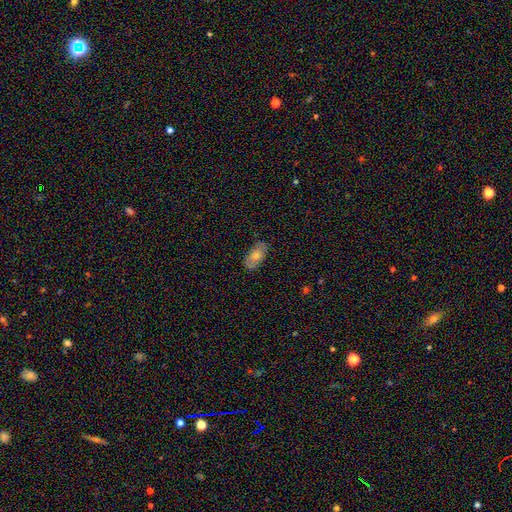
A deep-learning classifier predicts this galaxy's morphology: Overall: smooth (57%; featured or disk 34%). How rounded: in between (90%). Merging: none (80%).